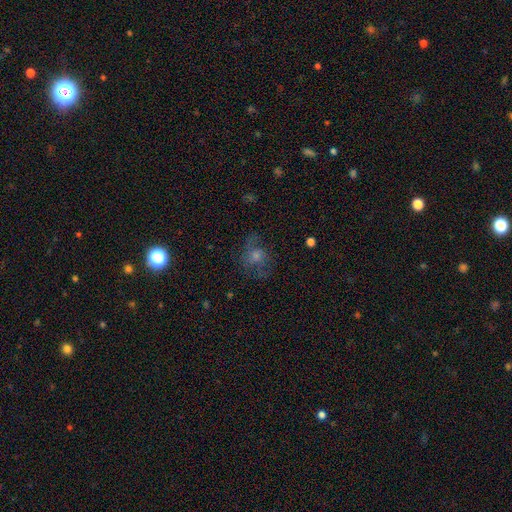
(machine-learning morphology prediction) A featured or disk galaxy (40%). Merging: none (64%).